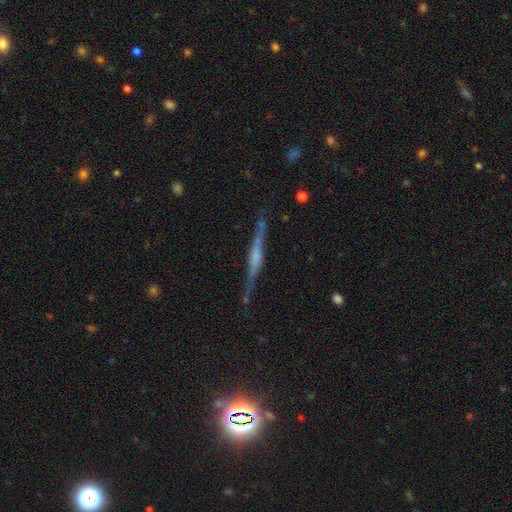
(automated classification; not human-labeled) Smooth or featured? Predicted: featured or disk (p=0.75). Edge-on disk? Predicted: yes (p=0.96). Edge-on bulge? Predicted: rounded (p=0.61). Merging? Predicted: none (p=0.78).